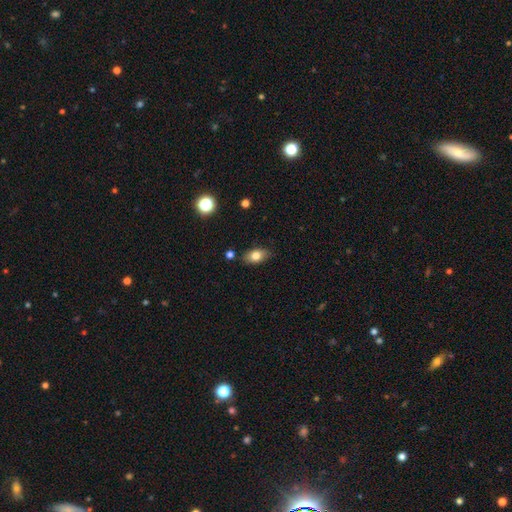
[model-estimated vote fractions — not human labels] Smooth or featured?
  - smooth: 80% *
  - featured or disk: 11%
  - star or artifact: 9%
How rounded?
  - in between: 86% *
  - round: 12%
  - cigar-shaped: 3%
Merging?
  - none: 83% *
  - minor disturbance: 13%
  - merger: 2%
  - major disturbance: 2%